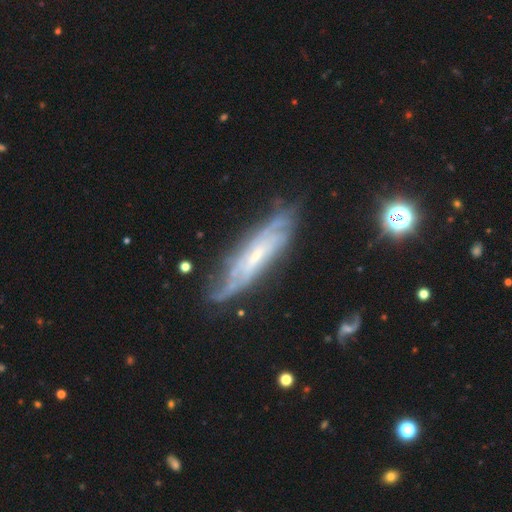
Smooth or featured? 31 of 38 (82%) said featured or disk. Edge-on disk? 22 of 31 (71%) said no. Bar? 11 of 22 (50%) said no. Spiral arms? 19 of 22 (86%) said yes. Spiral winding? 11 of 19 (58%) said tight. Spiral arm count? 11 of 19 (58%) said can't tell. Bulge size? 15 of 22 (68%) said small. Merging? 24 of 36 (67%) said none.